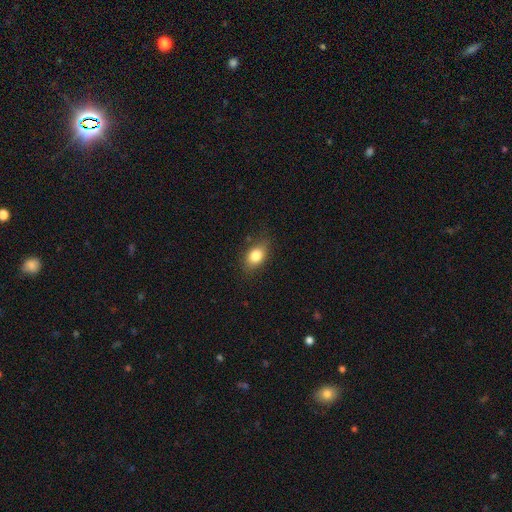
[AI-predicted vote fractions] The model was most divided on "how rounded": in between: 76%, round: 22%, cigar-shaped: 3%. More confident: smooth or featured — smooth (81%); merging — none (78%).